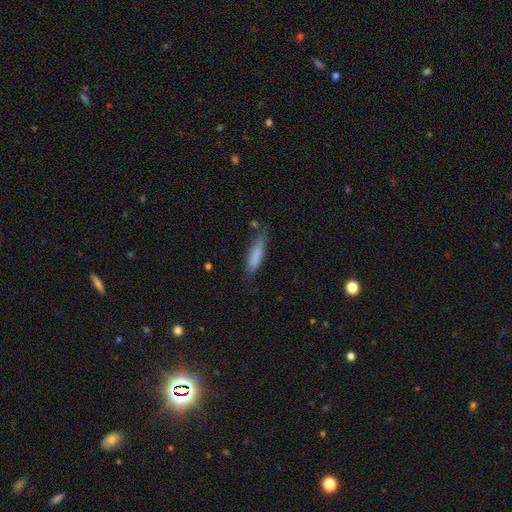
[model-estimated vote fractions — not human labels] A smooth galaxy with no disk features (81%) that is cigar-shaped (77%). Merging: none (74%).